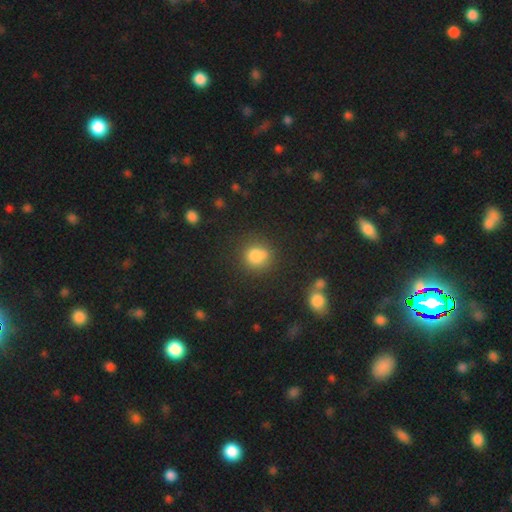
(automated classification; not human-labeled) smooth 80%, star or artifact 13%, featured or disk 7%. Down the decision tree: how rounded — round (80%); merging — none (64%).